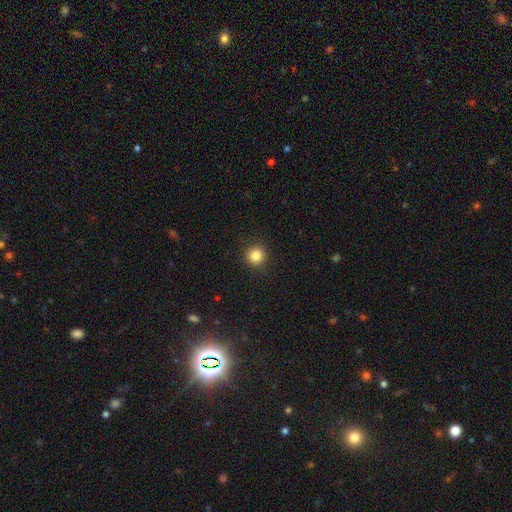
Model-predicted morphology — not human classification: A smooth galaxy with no disk features (84%) that is round (94%).

Vote fractions:
- Smooth or featured? smooth: 84% / star or artifact: 12% / featured or disk: 5%
- How rounded? round: 94% / in between: 5% / cigar-shaped: 1%
- Merging? none: 91% / minor disturbance: 6% / major disturbance: 2% / merger: 1%